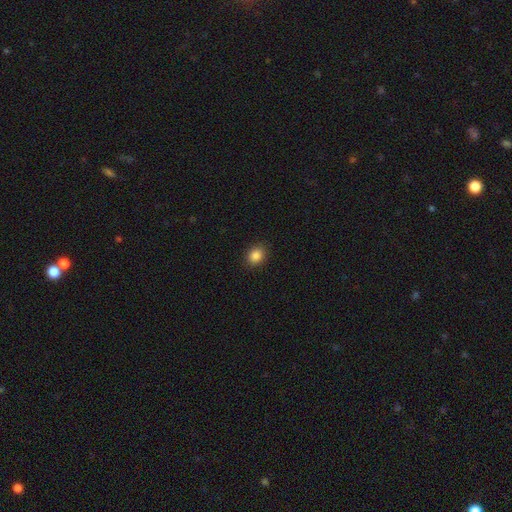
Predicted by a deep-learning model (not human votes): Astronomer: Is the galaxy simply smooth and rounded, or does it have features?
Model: smooth — 86%.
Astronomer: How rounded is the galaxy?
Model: in between — 50% (runner-up: round, 49%).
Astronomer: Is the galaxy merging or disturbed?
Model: none — 89%.